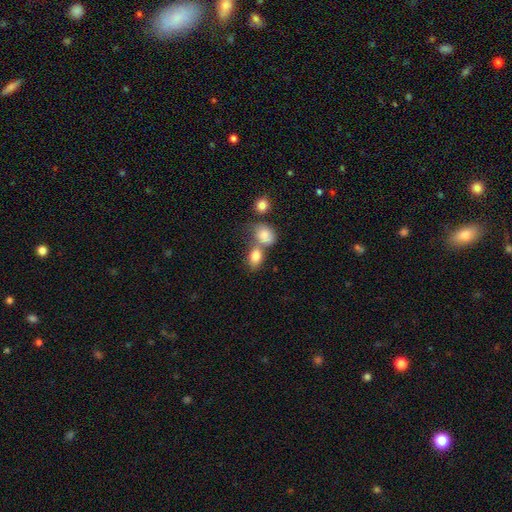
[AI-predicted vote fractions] Smooth or featured?
  - smooth: 82% *
  - featured or disk: 9%
  - star or artifact: 9%
How rounded?
  - in between: 71% *
  - round: 27%
  - cigar-shaped: 2%
Merging?
  - merger: 48% *
  - none: 37%
  - minor disturbance: 10%
  - major disturbance: 5%